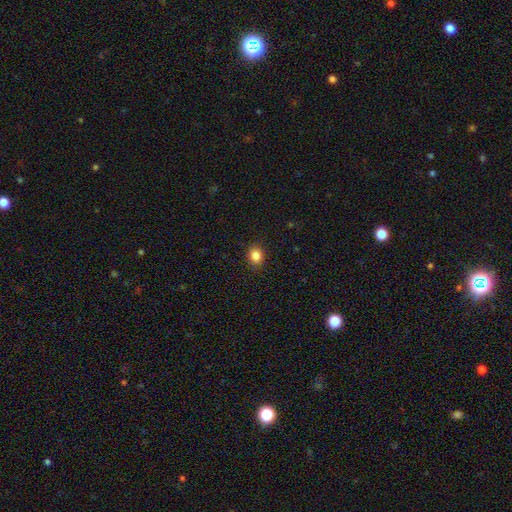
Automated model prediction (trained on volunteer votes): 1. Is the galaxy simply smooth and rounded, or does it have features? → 85% smooth, 11% star or artifact, 5% featured or disk.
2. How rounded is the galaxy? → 55% round, 44% in between, 1% cigar-shaped.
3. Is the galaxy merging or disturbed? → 89% none, 8% minor disturbance, 2% major disturbance, 1% merger.